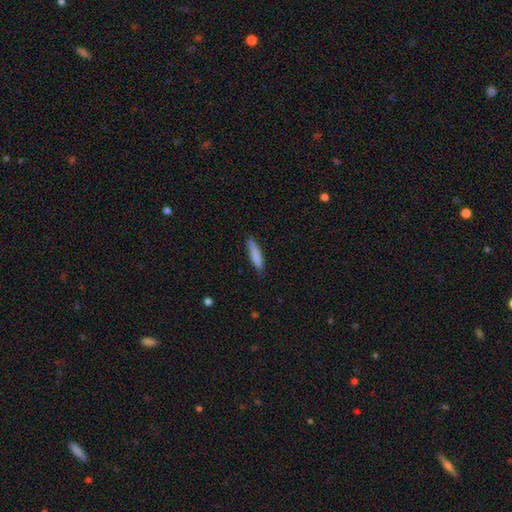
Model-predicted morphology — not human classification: type=smooth (84%); roundness=cigar-shaped (81%); merging=none (79%).